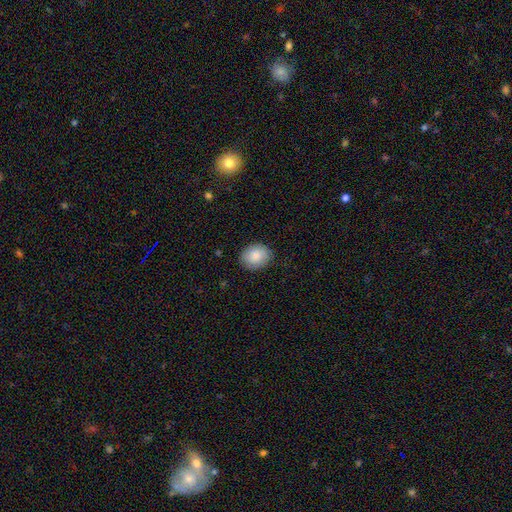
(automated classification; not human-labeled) This is clearly a smooth galaxy (84%). How rounded: possibly in between (52%). Merging: clearly none (85%).